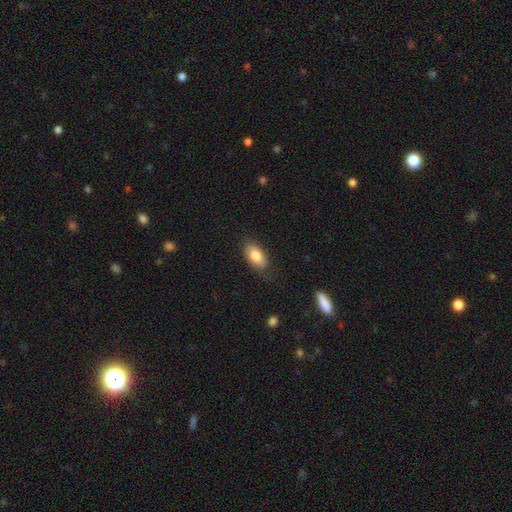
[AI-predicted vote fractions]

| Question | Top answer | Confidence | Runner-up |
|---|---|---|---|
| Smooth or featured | smooth | 82% | featured or disk (11%) |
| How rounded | in between | 92% | cigar-shaped (5%) |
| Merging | none | 75% | minor disturbance (19%) |